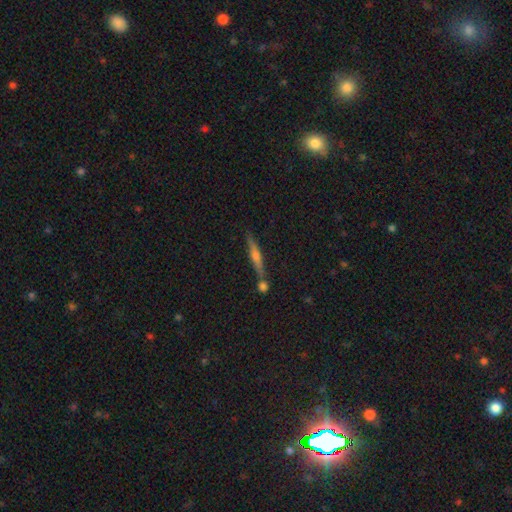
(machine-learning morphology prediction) This is likely a featured or disk galaxy (60%). It is clearly viewed edge-on (96%). Edge-on bulge: likely rounded (78%). Merging: likely none (72%).